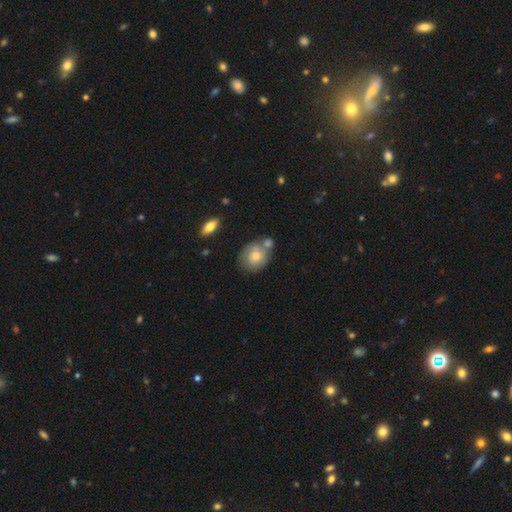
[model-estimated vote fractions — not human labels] Smooth or featured?
  - smooth: 64% *
  - featured or disk: 28%
  - star or artifact: 7%
How rounded?
  - round: 56% *
  - in between: 42%
  - cigar-shaped: 1%
Merging?
  - none: 45% *
  - merger: 30%
  - minor disturbance: 19%
  - major disturbance: 6%